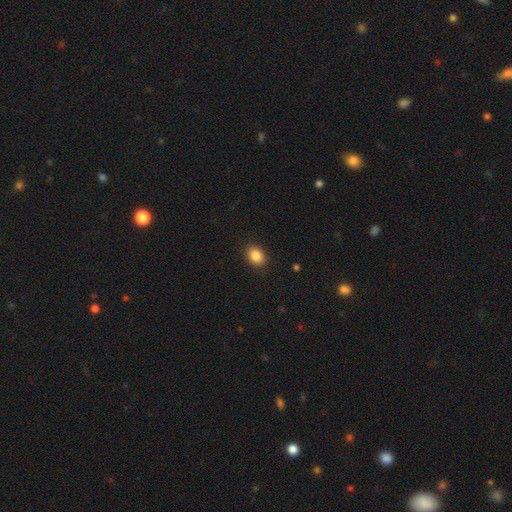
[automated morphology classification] A smooth galaxy with no disk features (87%) that is in between round and cigar-shaped (67%).

Vote fractions:
- Smooth or featured? smooth: 87% / star or artifact: 9% / featured or disk: 4%
- How rounded? in between: 67% / round: 32% / cigar-shaped: 1%
- Merging? none: 90% / minor disturbance: 7% / major disturbance: 2% / merger: 1%